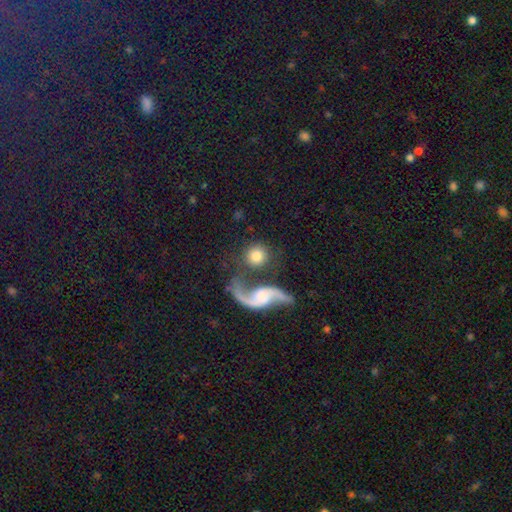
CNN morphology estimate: Smooth or featured?
  - smooth: 63% *
  - featured or disk: 30%
  - star or artifact: 7%
How rounded?
  - round: 91% *
  - in between: 7%
  - cigar-shaped: 2%
Merging?
  - none: 69% *
  - merger: 14%
  - minor disturbance: 11%
  - major disturbance: 6%